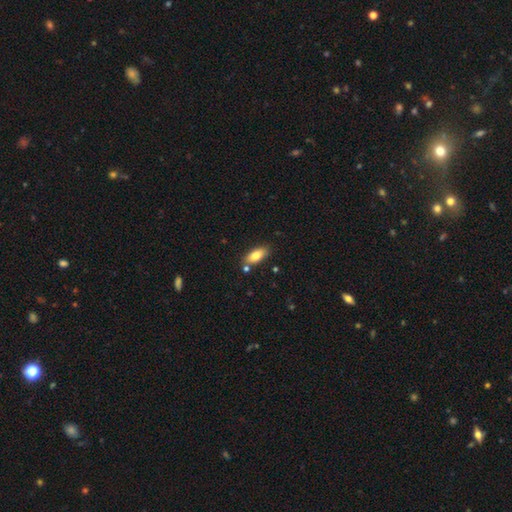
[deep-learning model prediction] The model was most divided on "smooth or featured": smooth: 78%, featured or disk: 15%, star or artifact: 7%. More confident: how rounded — in between (86%); merging — none (80%).